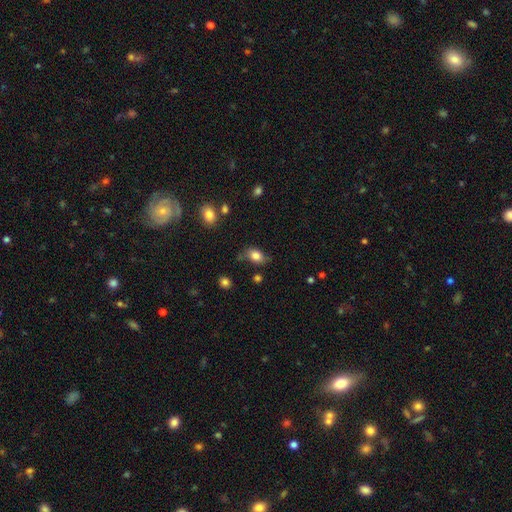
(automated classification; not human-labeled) Q: Smooth or featured?
A: smooth (82%); runner-up: star or artifact (9%)
Q: How rounded?
A: in between (80%); runner-up: round (18%)
Q: Merging?
A: none (68%); runner-up: minor disturbance (23%)